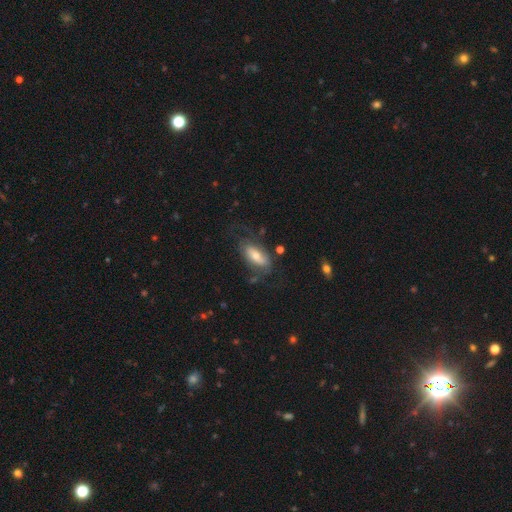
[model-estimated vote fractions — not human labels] A smooth galaxy with no disk features (48%). Merging: none (55%).